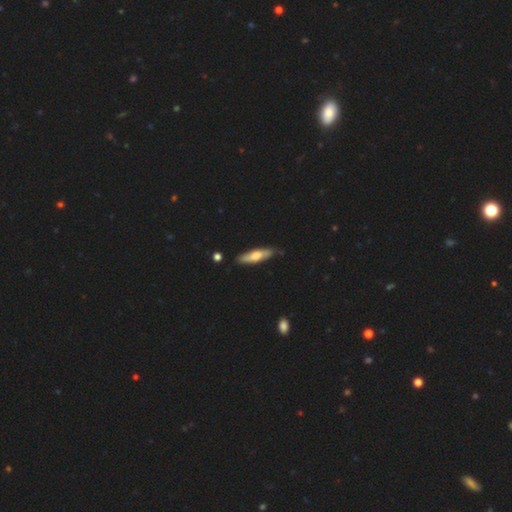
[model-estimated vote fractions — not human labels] smooth_or_featured: smooth (p=0.56) [alt: featured or disk p=0.39]
how_rounded: cigar-shaped (p=0.71) [alt: in between p=0.27]
merging: none (p=0.82) [alt: minor disturbance p=0.14]